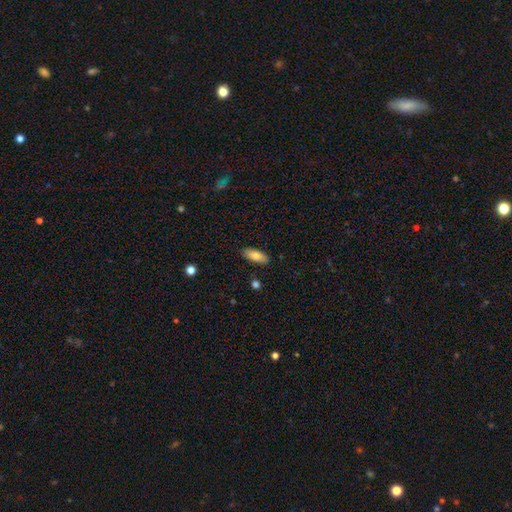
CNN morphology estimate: smooth-or-featured: smooth: 77% | featured or disk: 16% | star or artifact: 7%
  how-rounded: in between: 79% | cigar-shaped: 19% | round: 2%
  merging: none: 88% | minor disturbance: 9% | major disturbance: 2% | merger: 2%